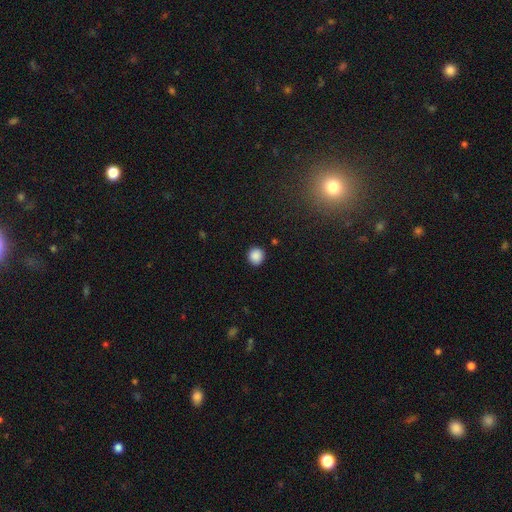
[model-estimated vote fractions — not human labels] The model was most divided on "smooth or featured": smooth: 87%, star or artifact: 10%, featured or disk: 3%. More confident: how rounded — round (91%); merging — none (90%).